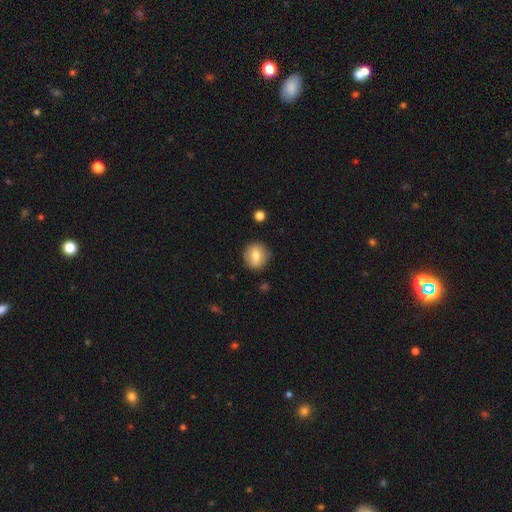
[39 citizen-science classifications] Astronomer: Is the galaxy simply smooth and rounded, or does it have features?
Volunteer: smooth — 74%.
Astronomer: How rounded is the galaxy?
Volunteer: round — 86%.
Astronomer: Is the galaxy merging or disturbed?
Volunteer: none — 76%.